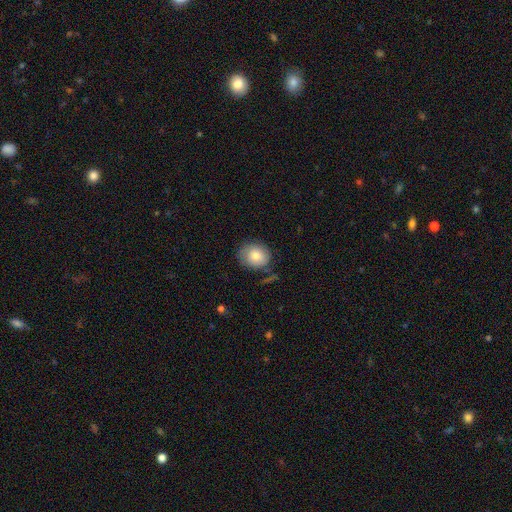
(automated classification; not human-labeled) A smooth galaxy with no disk features (78%) that is round (68%).

Vote fractions:
- Smooth or featured? smooth: 78% / featured or disk: 15% / star or artifact: 7%
- How rounded? round: 68% / in between: 31% / cigar-shaped: 1%
- Merging? none: 72% / minor disturbance: 19% / major disturbance: 6% / merger: 4%